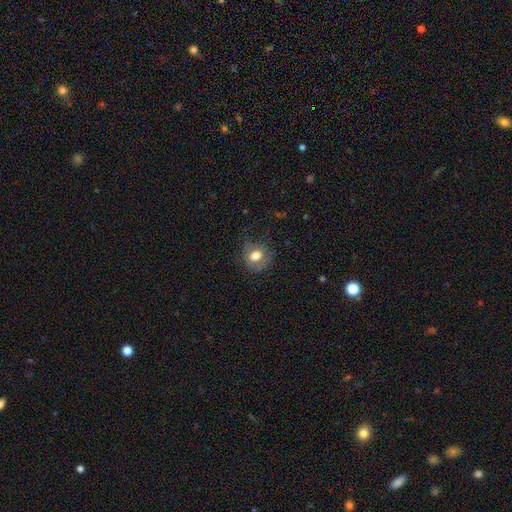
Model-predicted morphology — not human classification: The model was most divided on "how rounded": round: 71%, in between: 28%, cigar-shaped: 1%. More confident: smooth or featured — smooth (72%); merging — none (66%).